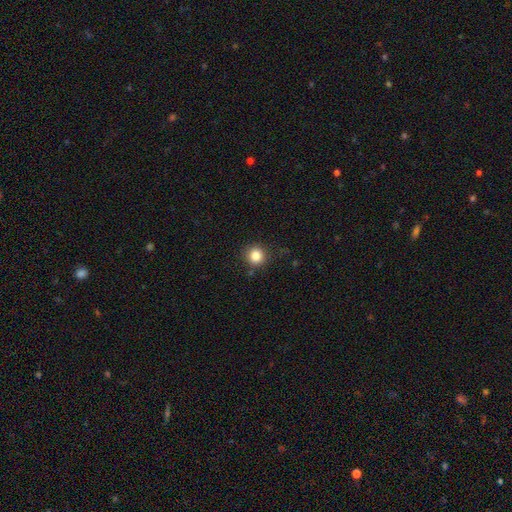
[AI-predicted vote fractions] Q: Smooth or featured?
A: smooth (85%); runner-up: star or artifact (11%)
Q: How rounded?
A: round (89%); runner-up: in between (10%)
Q: Merging?
A: none (85%); runner-up: minor disturbance (10%)